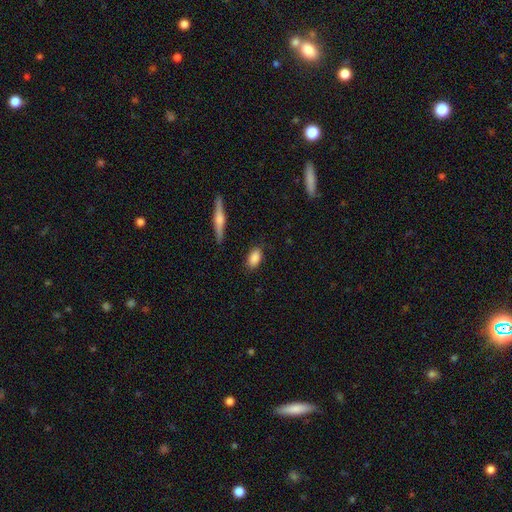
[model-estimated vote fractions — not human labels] Smooth or featured: smooth — 85% (featured or disk — 8%)
How rounded: in between — 88% (round — 7%)
Merging: none — 83% (minor disturbance — 12%)